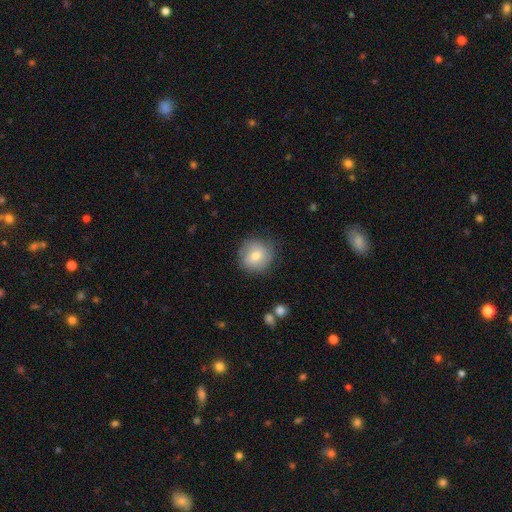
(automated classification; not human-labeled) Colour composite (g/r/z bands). It shows a smooth galaxy with no disk features (71%) that is round (89%). Merging: none (79%).